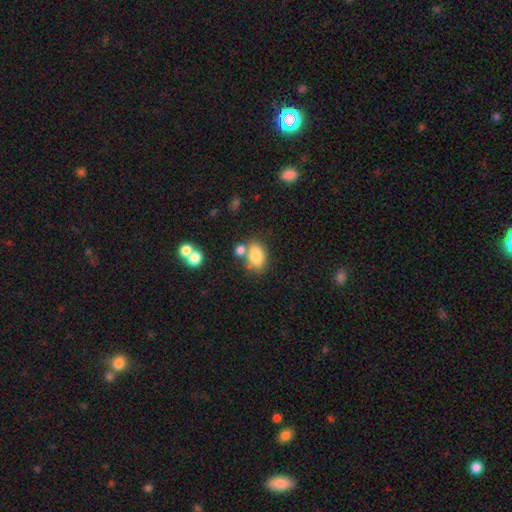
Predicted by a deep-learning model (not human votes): Morphology: type=smooth (81%); roundness=in between (82%); merging=none (58%).